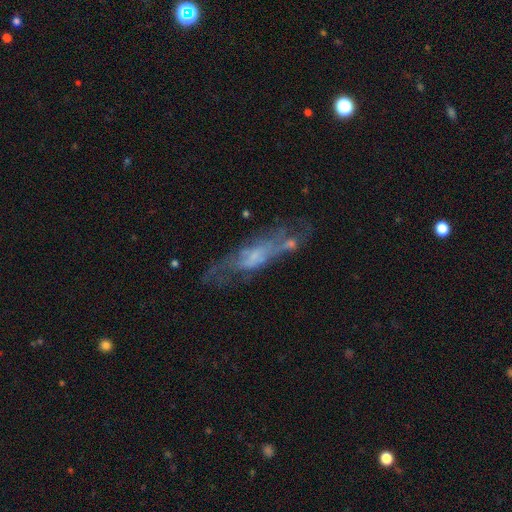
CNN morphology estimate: Q: Smooth or featured?
A: featured or disk (62%); runner-up: smooth (27%)
Q: Edge-on disk?
A: no (68%); runner-up: yes (32%)
Q: Merging?
A: none (46%); runner-up: minor disturbance (22%)